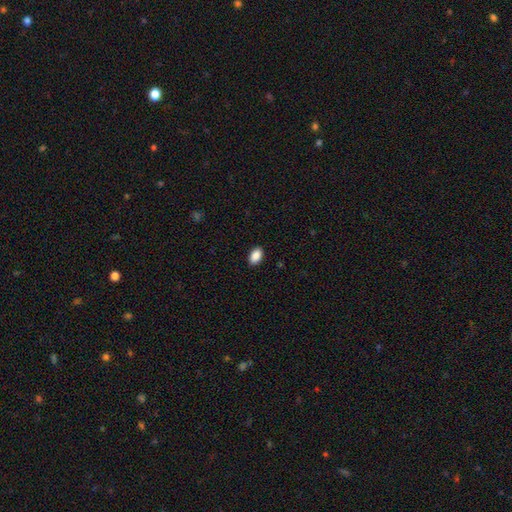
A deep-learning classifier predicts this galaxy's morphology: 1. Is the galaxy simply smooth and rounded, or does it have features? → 89% smooth, 8% star or artifact, 3% featured or disk.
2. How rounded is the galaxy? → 90% in between, 9% round, 1% cigar-shaped.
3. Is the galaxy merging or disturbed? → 90% none, 7% minor disturbance, 2% major disturbance, 1% merger.